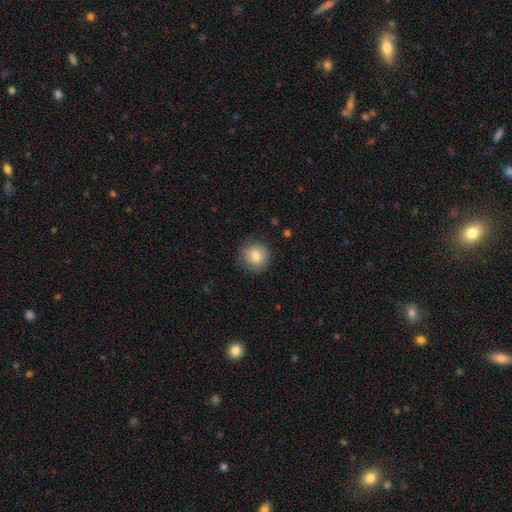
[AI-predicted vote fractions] Smooth or featured?
  - smooth: 80% *
  - featured or disk: 12%
  - star or artifact: 8%
How rounded?
  - round: 91% *
  - in between: 8%
  - cigar-shaped: 1%
Merging?
  - none: 82% *
  - minor disturbance: 14%
  - major disturbance: 3%
  - merger: 1%